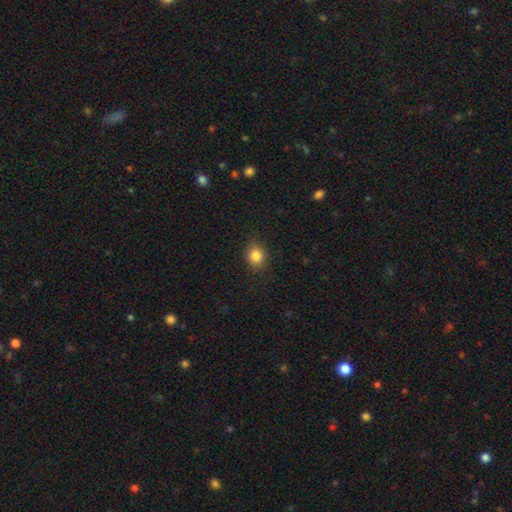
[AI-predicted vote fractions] Smooth or featured: smooth — 84% (star or artifact — 11%)
How rounded: round — 63% (in between — 36%)
Merging: none — 86% (minor disturbance — 10%)